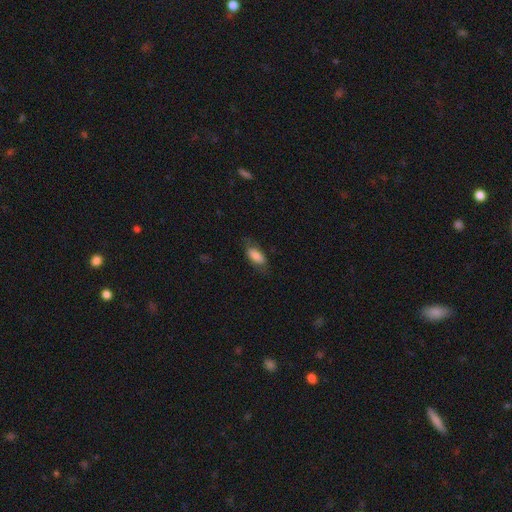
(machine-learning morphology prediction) This appears to be a smooth galaxy with no disk features (82%) that is in between round and cigar-shaped (85%). Merging: none (71%).